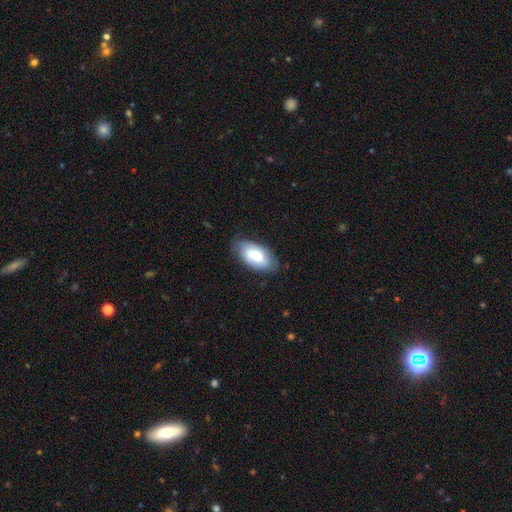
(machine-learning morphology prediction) Q: Smooth or featured?
A: smooth (75%); runner-up: featured or disk (19%)
Q: How rounded?
A: in between (94%); runner-up: cigar-shaped (3%)
Q: Merging?
A: none (76%); runner-up: minor disturbance (20%)